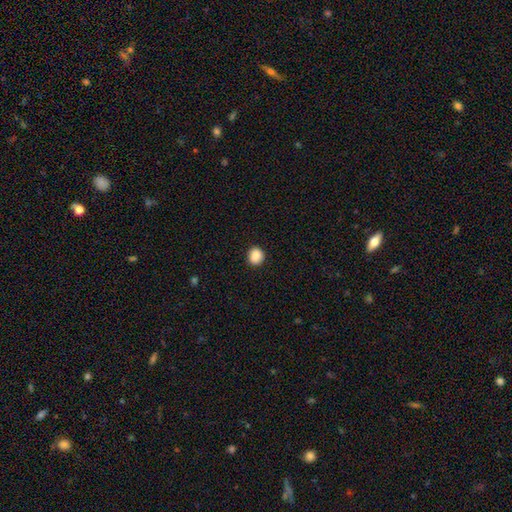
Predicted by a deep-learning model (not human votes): This is clearly a smooth galaxy (89%). How rounded: likely round (78%). Merging: clearly none (91%).